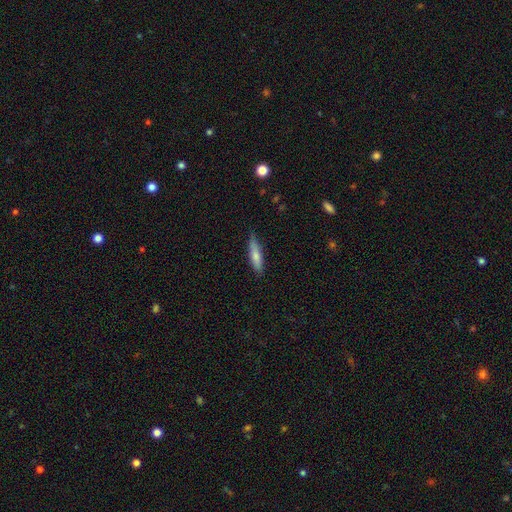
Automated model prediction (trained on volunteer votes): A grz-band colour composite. It shows a smooth galaxy with no disk features (73%) that is cigar-shaped (79%). Merging: none (81%).